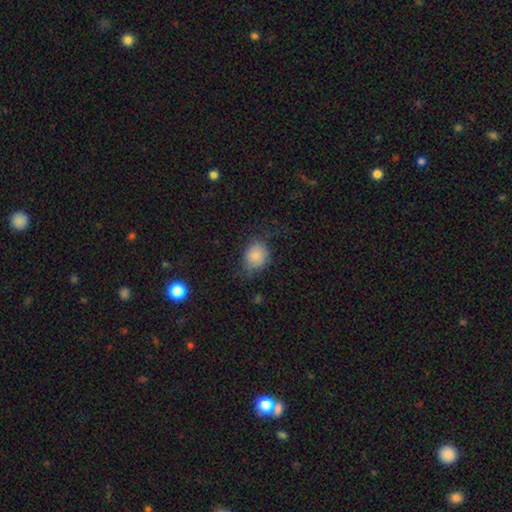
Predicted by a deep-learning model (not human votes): Smooth or featured?
  - smooth: 81% *
  - featured or disk: 10%
  - star or artifact: 9%
How rounded?
  - round: 57% *
  - in between: 42%
  - cigar-shaped: 1%
Merging?
  - none: 59% *
  - minor disturbance: 26%
  - major disturbance: 13%
  - merger: 1%